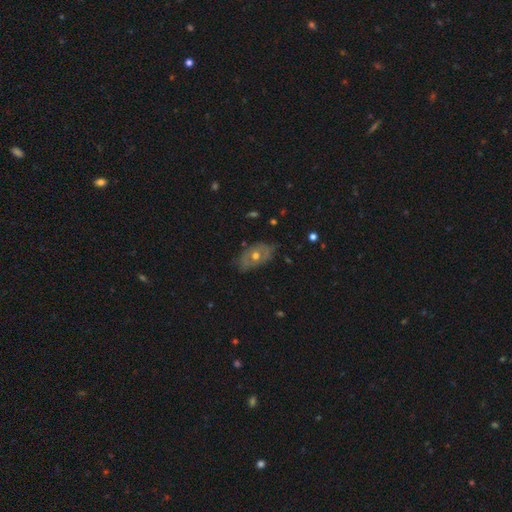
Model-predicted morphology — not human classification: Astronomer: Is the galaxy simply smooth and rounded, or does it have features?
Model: featured or disk — 57% (runner-up: smooth, 34%).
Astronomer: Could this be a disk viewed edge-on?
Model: no — 90%.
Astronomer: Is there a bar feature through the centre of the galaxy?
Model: no — 88%.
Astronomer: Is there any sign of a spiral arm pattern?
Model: no — 70%.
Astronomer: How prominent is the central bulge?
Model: moderate — 76%.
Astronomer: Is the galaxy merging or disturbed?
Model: none — 70%.